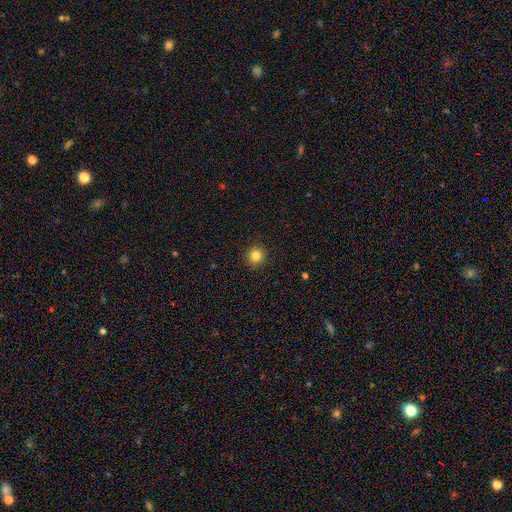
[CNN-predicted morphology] This is clearly a smooth galaxy (83%). How rounded: clearly round (94%). Merging: clearly none (92%).